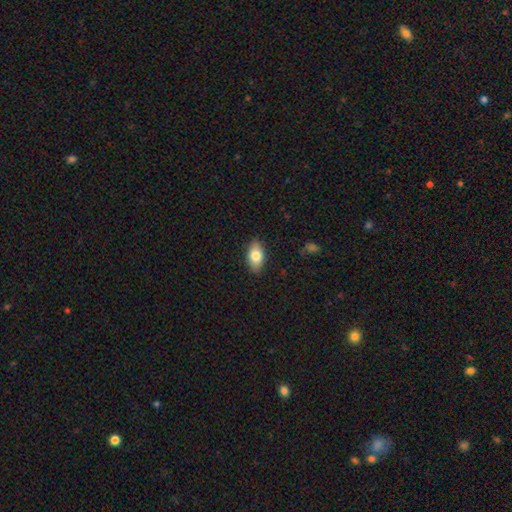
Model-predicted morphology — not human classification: This is likely a smooth galaxy (79%). How rounded: clearly in between (91%). Merging: clearly none (87%).